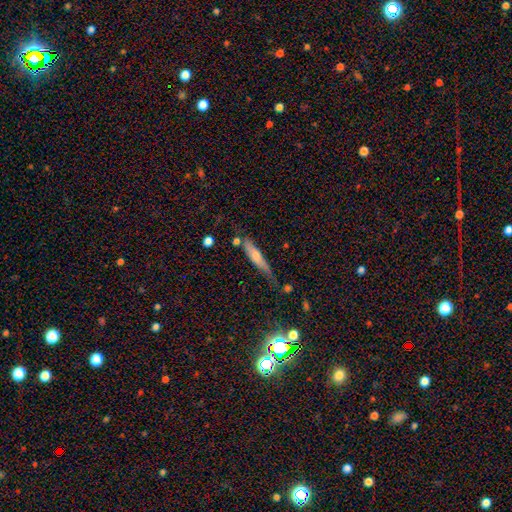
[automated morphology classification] Overall: smooth (59%; featured or disk 34%). How rounded: cigar-shaped (82%). Merging: none (50%; minor disturbance 30%).